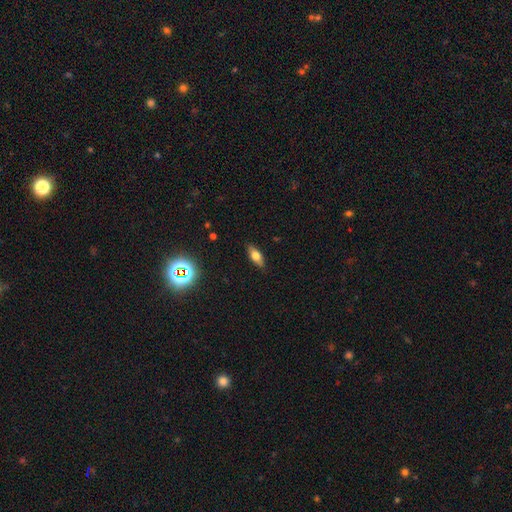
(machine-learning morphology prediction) The model was most divided on "smooth or featured": smooth: 60%, featured or disk: 30%, star or artifact: 10%. More confident: merging — none (87%); how rounded — in between (72%).